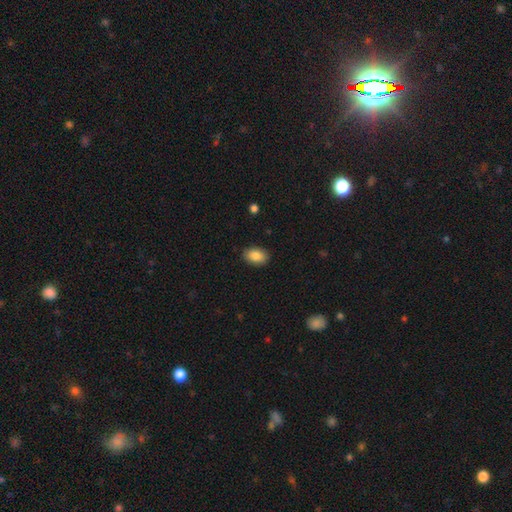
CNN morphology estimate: Smooth or featured? Predicted: smooth (p=0.87). How rounded? Predicted: in between (p=0.88). Merging? Predicted: none (p=0.88).